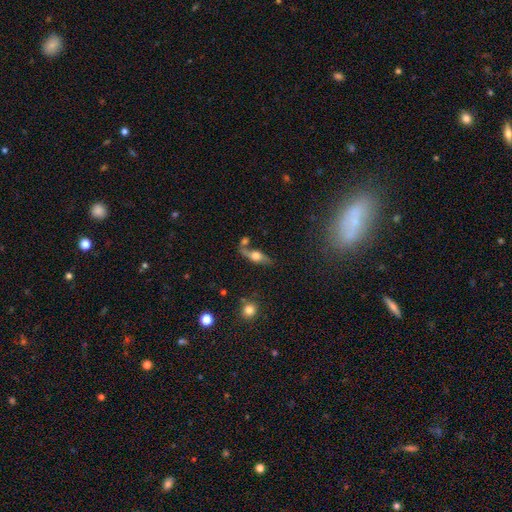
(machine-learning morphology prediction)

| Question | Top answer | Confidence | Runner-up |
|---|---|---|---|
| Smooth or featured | featured or disk | 52% | smooth (39%) |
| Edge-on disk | yes | 58% | no (42%) |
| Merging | none | 47% | merger (24%) |